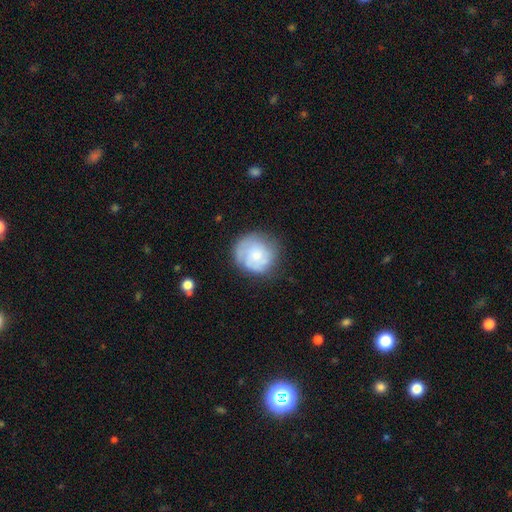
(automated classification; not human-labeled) This is possibly a featured or disk galaxy (51%). It is clearly not viewed edge-on (98%). Merging: likely none (71%).